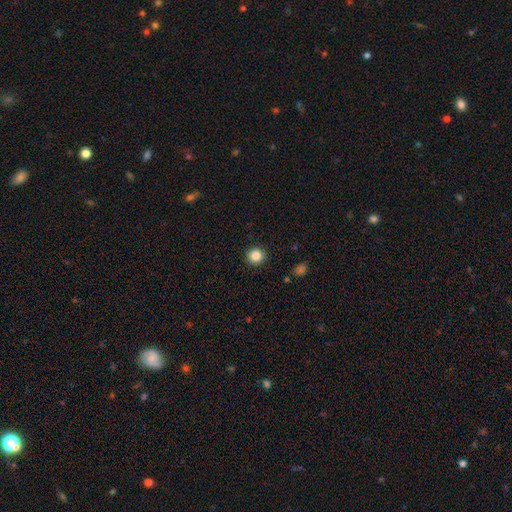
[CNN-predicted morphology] Overall: smooth (85%). How rounded: round (93%). Merging: none (92%).